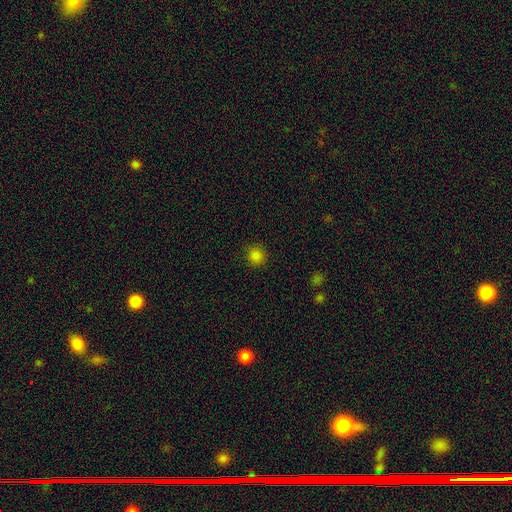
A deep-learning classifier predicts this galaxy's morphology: Smooth or featured: smooth — 83% (star or artifact — 14%)
How rounded: round — 91% (in between — 8%)
Merging: none — 90% (minor disturbance — 7%)